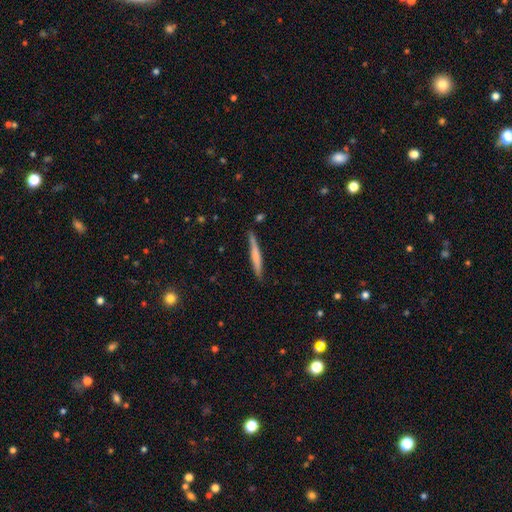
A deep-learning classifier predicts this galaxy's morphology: This is possibly a smooth galaxy (58%). How rounded: clearly cigar-shaped (96%). Merging: clearly none (83%).